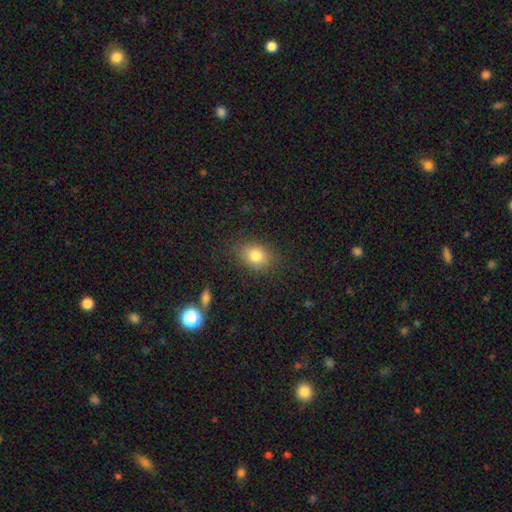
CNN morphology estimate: This is clearly a smooth galaxy (81%). How rounded: likely in between (61%). Merging: clearly none (83%).